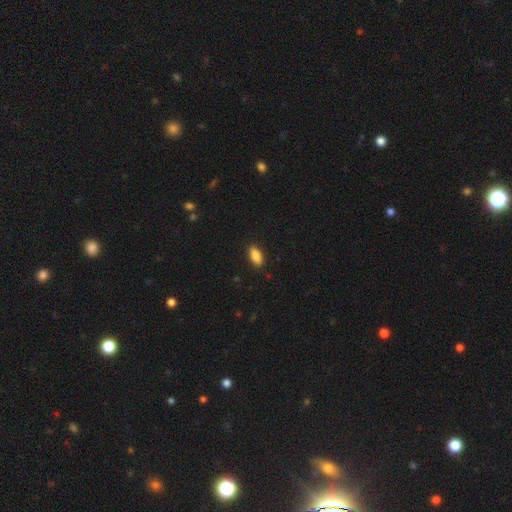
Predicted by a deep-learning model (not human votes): Smooth or featured? smooth (88%)
How rounded? in between (86%)
Merging? none (89%)